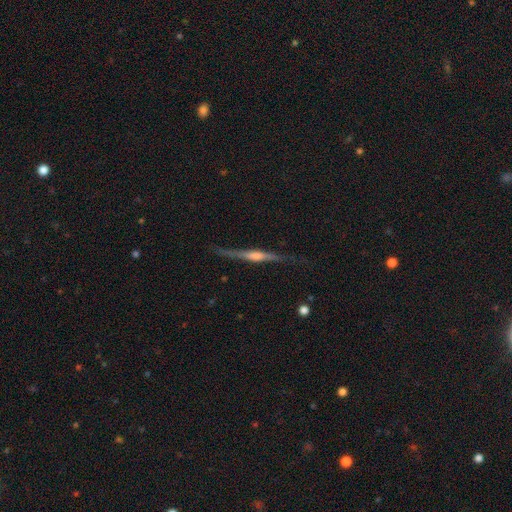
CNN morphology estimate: This is clearly a featured or disk galaxy (80%). It is clearly viewed edge-on (97%). Edge-on bulge: likely rounded (72%). Merging: likely none (78%).